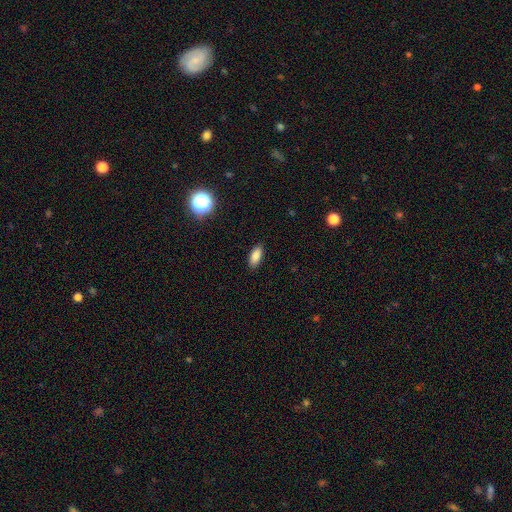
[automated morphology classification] This appears to be a smooth galaxy with no disk features (86%) that is in between round and cigar-shaped (85%). Merging: none (88%).